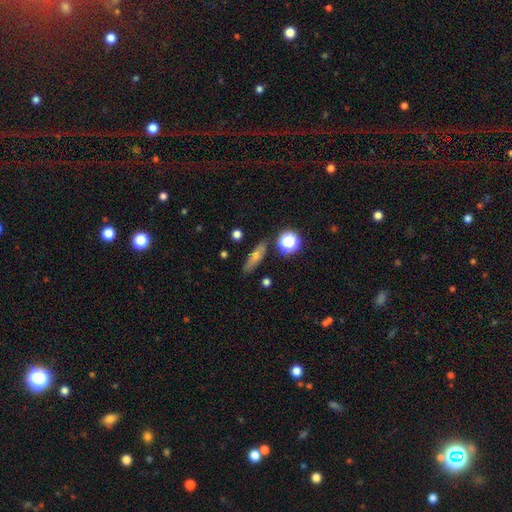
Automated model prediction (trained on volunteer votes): smooth 53%, featured or disk 31%, star or artifact 16%. Down the decision tree: how rounded — cigar-shaped (52%); merging — none (83%).